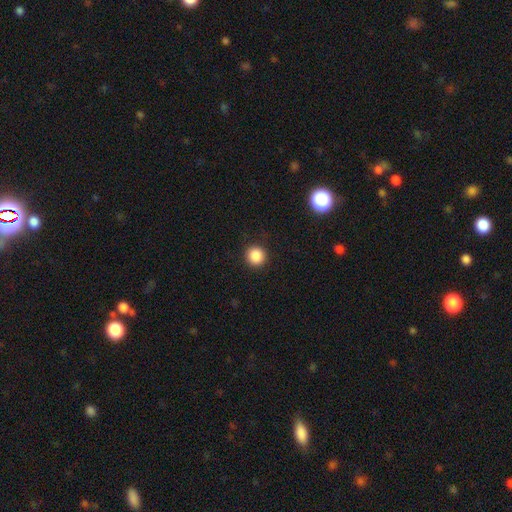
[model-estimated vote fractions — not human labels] This is clearly a smooth galaxy (87%). How rounded: clearly round (93%). Merging: clearly none (91%).